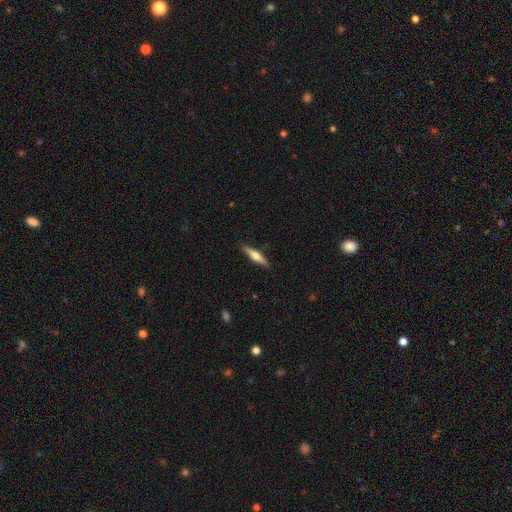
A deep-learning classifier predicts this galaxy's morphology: Smooth or featured? featured or disk (57%)
Edge-on disk? yes (96%)
Edge-on bulge? rounded (91%)
Merging? none (90%)